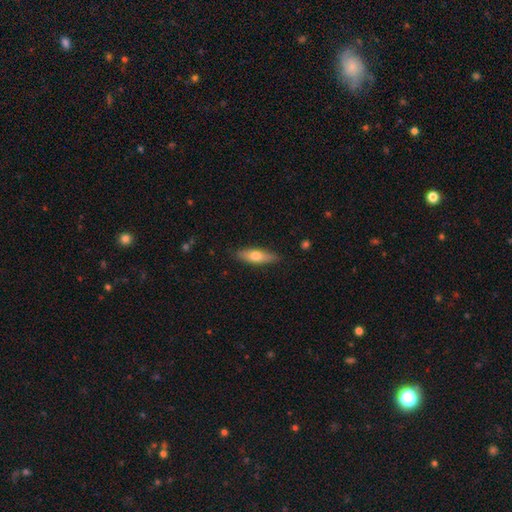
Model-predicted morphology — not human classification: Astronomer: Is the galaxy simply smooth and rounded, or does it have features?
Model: smooth — 64%.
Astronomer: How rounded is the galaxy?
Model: cigar-shaped — 52% (runner-up: in between, 45%).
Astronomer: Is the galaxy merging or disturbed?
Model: none — 86%.